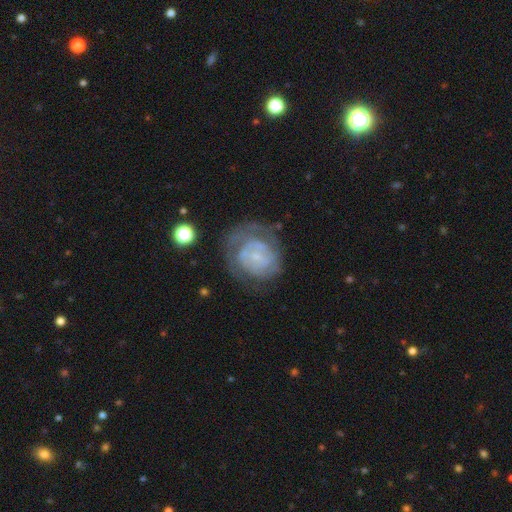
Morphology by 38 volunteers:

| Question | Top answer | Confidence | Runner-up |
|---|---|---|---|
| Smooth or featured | featured or disk | 74% | smooth (24%) |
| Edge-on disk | no | 93% | yes (7%) |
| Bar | no | 81% | weak (12%) |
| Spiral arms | no | 54% | yes (46%) |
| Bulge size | small | 50% | none (35%) |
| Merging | none | 59% | major disturbance (27%) |